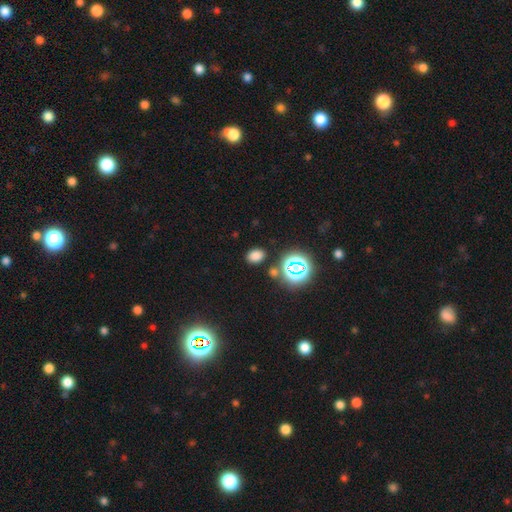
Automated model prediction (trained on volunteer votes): Smooth or featured?
  - smooth: 72% *
  - star or artifact: 22%
  - featured or disk: 6%
How rounded?
  - in between: 68% *
  - round: 30%
  - cigar-shaped: 1%
Merging?
  - none: 84% *
  - minor disturbance: 9%
  - merger: 4%
  - major disturbance: 3%